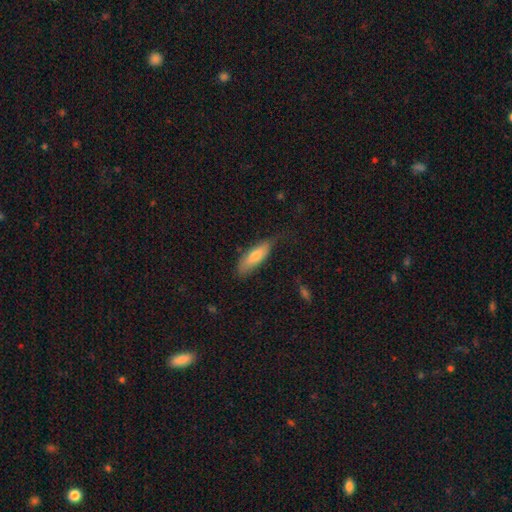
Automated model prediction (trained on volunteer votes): A smooth galaxy with no disk features (72%) that is in between round and cigar-shaped (55%). Merging: none (64%).